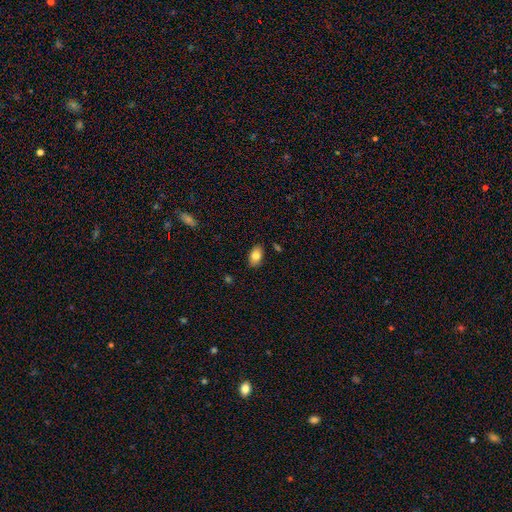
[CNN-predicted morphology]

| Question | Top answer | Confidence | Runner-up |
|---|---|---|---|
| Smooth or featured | smooth | 82% | featured or disk (11%) |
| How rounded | in between | 90% | round (8%) |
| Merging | none | 86% | minor disturbance (11%) |